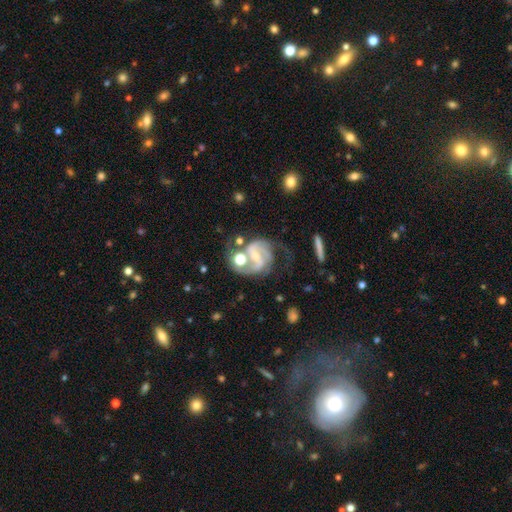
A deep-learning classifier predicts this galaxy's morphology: This is clearly a featured or disk galaxy (86%). It is clearly not viewed edge-on (97%). Bar: marginally weak (40%). Spiral arm pattern: clearly yes (96%). Spiral arm count: clearly 2 (80%). Spiral winding: possibly medium (54%). Central bulge: possibly small (53%). Merging: possibly none (46%).